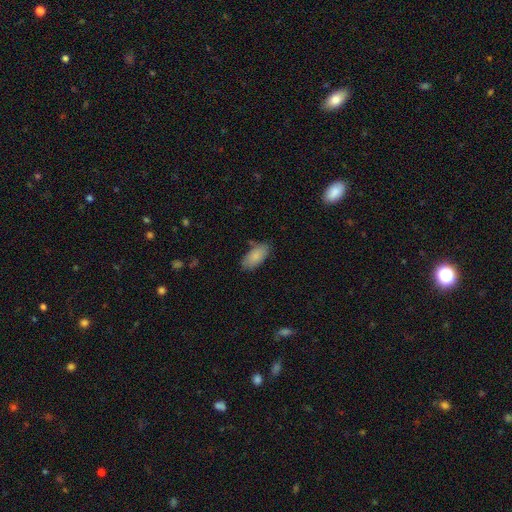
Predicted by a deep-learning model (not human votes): This appears to be a smooth galaxy with no disk features (85%) that is in between round and cigar-shaped (90%). Merging: none (77%).